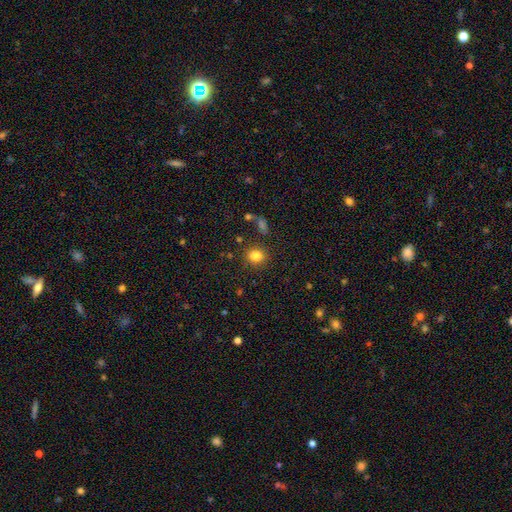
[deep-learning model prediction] Smooth or featured? smooth (83%)
How rounded? round (74%)
Merging? none (84%)